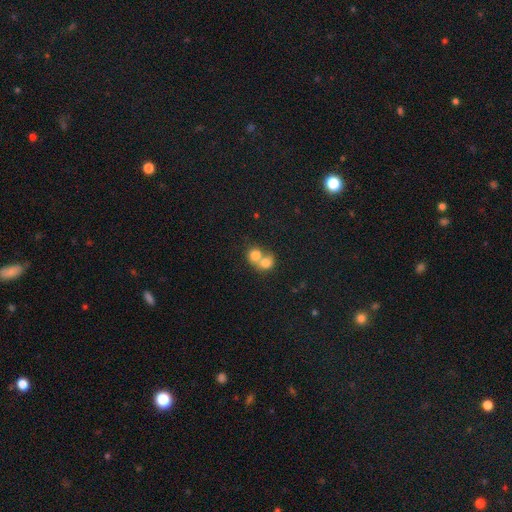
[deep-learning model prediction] A smooth galaxy with no disk features (76%) that is round (72%).

Vote fractions:
- Smooth or featured? smooth: 76% / featured or disk: 15% / star or artifact: 9%
- How rounded? round: 72% / in between: 27% / cigar-shaped: 1%
- Merging? merger: 73% / none: 20% / minor disturbance: 5% / major disturbance: 3%